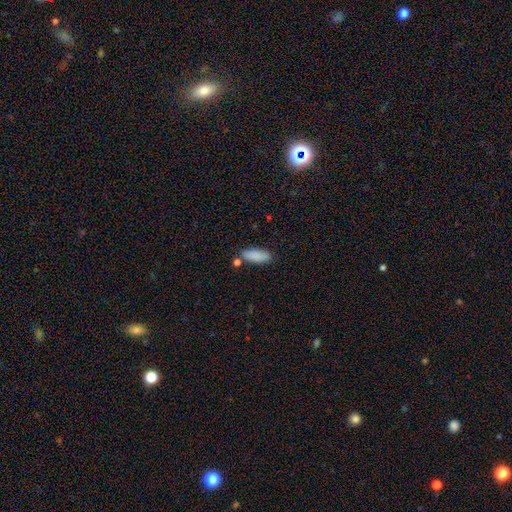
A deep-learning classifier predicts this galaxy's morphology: Smooth or featured: smooth — 88% (star or artifact — 7%)
How rounded: in between — 72% (cigar-shaped — 26%)
Merging: none — 79% (minor disturbance — 12%)